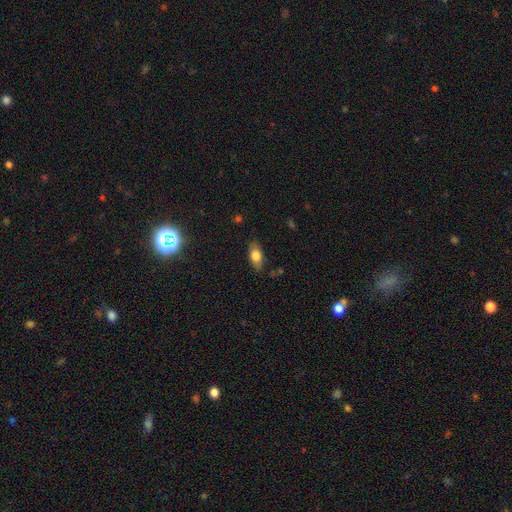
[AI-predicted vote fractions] The model was most divided on "smooth or featured": smooth: 75%, featured or disk: 17%, star or artifact: 8%. More confident: how rounded — in between (86%); merging — none (82%).